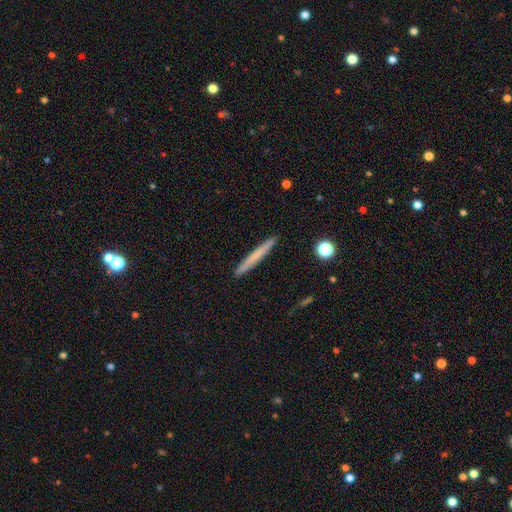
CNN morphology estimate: smooth 63%, featured or disk 31%, star or artifact 6%. Down the decision tree: how rounded — cigar-shaped (97%); merging — none (93%).